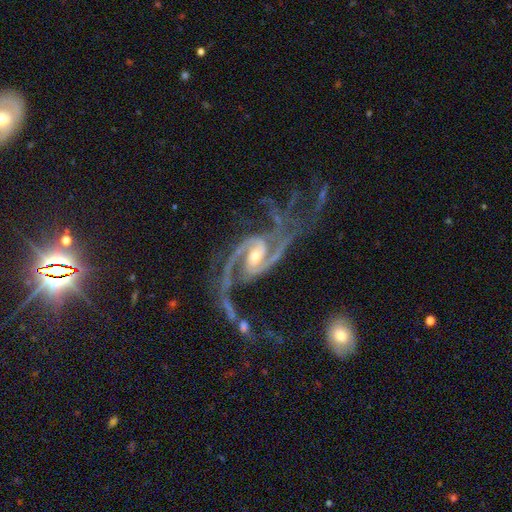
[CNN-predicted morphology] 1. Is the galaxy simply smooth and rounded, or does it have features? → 93% featured or disk, 4% star or artifact, 3% smooth.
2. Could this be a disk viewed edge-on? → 98% no, 2% yes.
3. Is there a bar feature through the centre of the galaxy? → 40% weak, 33% no, 27% strong.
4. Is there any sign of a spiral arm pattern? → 98% yes, 2% no.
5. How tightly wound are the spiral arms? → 49% medium, 31% loose, 20% tight.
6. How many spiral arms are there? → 70% 2, 12% 3, 6% can't tell, 5% 4, 4% 1, 4% more than 4.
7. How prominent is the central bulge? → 55% moderate, 39% small, 3% large, 1% none, 1% dominant.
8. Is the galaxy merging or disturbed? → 38% none, 34% major disturbance, 18% minor disturbance, 10% merger.